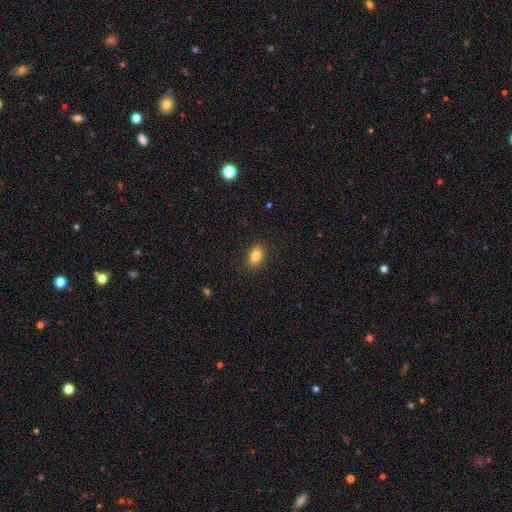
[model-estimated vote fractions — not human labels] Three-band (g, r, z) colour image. It shows a smooth galaxy with no disk features (83%) that is in between round and cigar-shaped (83%). Merging: none (88%).